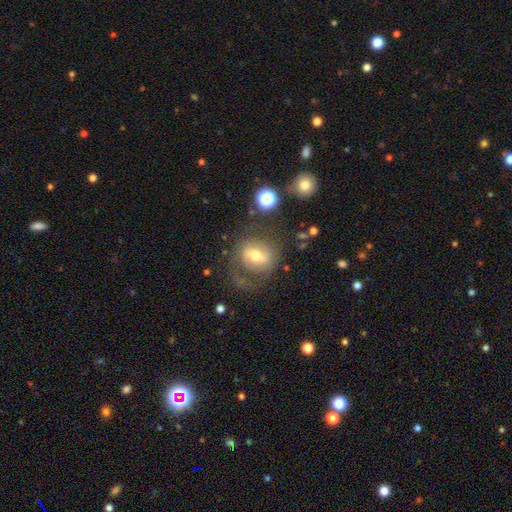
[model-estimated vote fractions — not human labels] Morphology: type=featured or disk (62%); edge-on=no (95%); bar=weak (43%); spiral arms=yes (70%); bulge=moderate (67%); merging=none (56%).